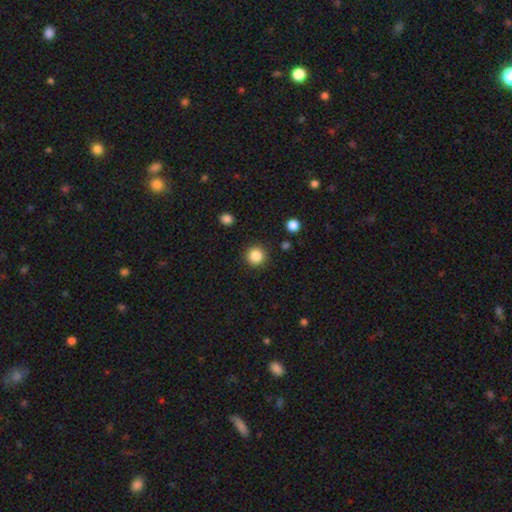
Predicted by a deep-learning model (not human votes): Smooth or featured: smooth — 86% (star or artifact — 10%)
How rounded: round — 95% (in between — 4%)
Merging: none — 91% (minor disturbance — 6%)